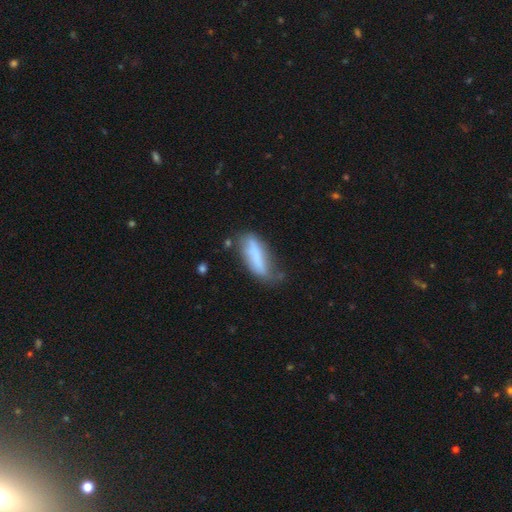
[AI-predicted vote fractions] Q: Smooth or featured?
A: smooth (70%); runner-up: featured or disk (23%)
Q: How rounded?
A: in between (51%); runner-up: cigar-shaped (47%)
Q: Merging?
A: none (42%); runner-up: minor disturbance (36%)